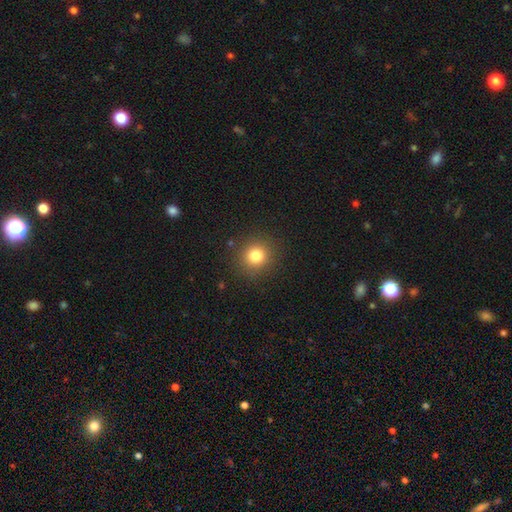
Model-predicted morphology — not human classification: smooth-or-featured: smooth: 80% | star or artifact: 13% | featured or disk: 7%
  how-rounded: round: 91% | in between: 8% | cigar-shaped: 1%
  merging: none: 89% | minor disturbance: 7% | major disturbance: 3% | merger: 1%